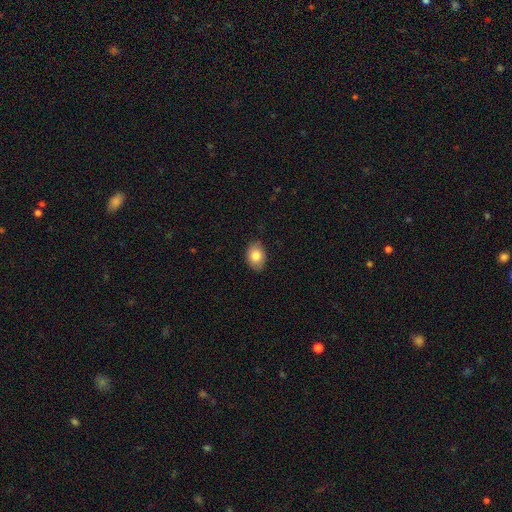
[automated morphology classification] Overall: smooth (83%). How rounded: in between (78%). Merging: none (84%).